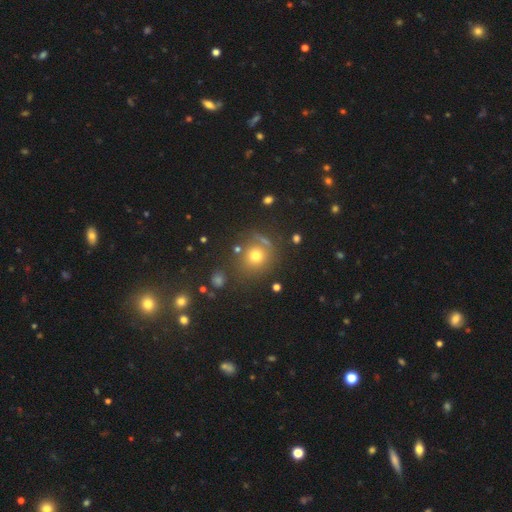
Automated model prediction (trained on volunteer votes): This is likely a smooth galaxy (71%). How rounded: clearly round (88%). Merging: likely none (72%).